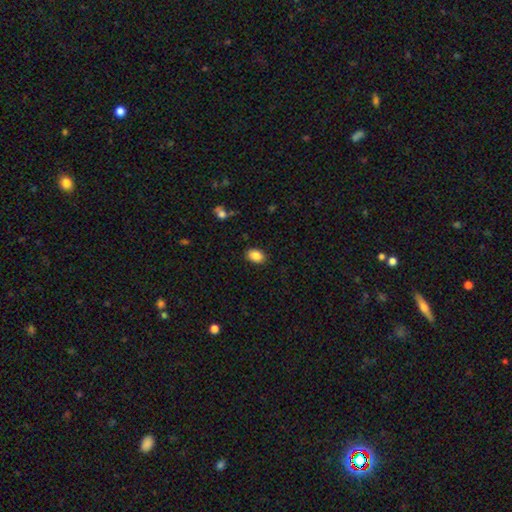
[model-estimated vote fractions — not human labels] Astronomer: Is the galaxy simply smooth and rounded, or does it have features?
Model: smooth — 87%.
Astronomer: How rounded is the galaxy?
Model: in between — 80%.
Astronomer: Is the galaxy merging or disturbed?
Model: none — 87%.